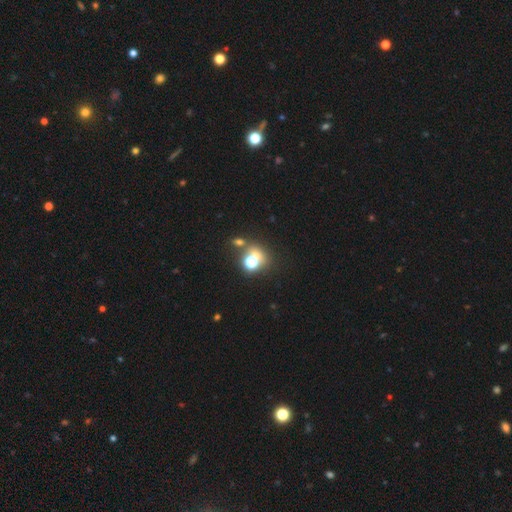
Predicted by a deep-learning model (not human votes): smooth_or_featured: smooth (p=0.48) [alt: star or artifact p=0.40]
merging: none (p=0.52) [alt: merger p=0.30]